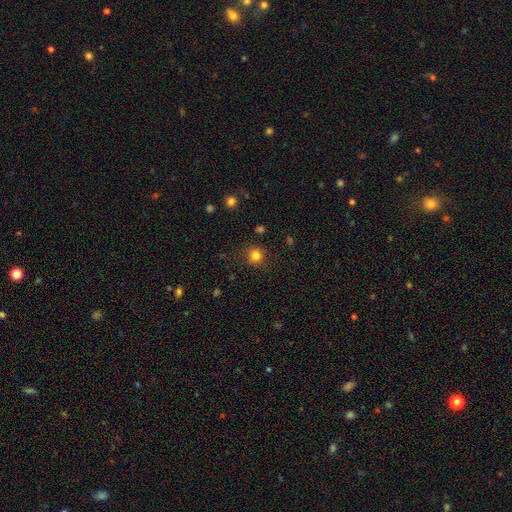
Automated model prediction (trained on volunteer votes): Morphology: type=smooth (81%); roundness=round (92%); merging=none (89%).